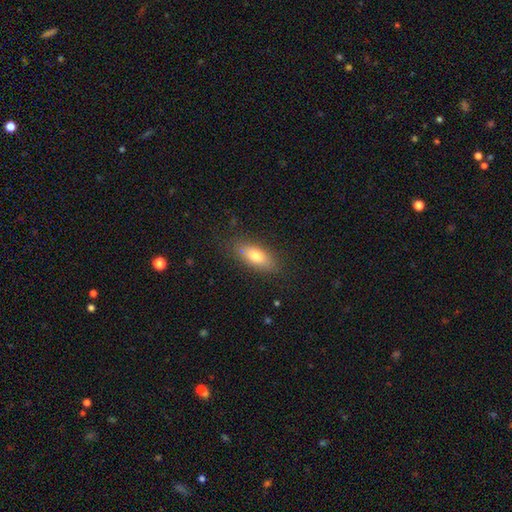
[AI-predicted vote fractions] Smooth or featured? smooth (74%)
How rounded? in between (76%)
Merging? none (83%)